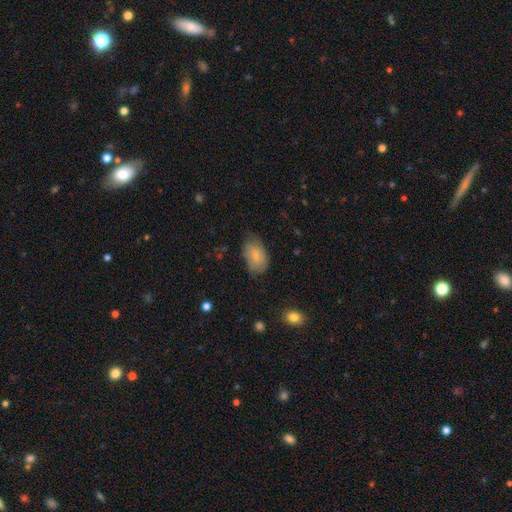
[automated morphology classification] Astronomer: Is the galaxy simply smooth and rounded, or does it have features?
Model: smooth — 78%.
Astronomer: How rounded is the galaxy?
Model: in between — 91%.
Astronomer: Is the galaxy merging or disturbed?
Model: none — 56% (runner-up: minor disturbance, 33%).